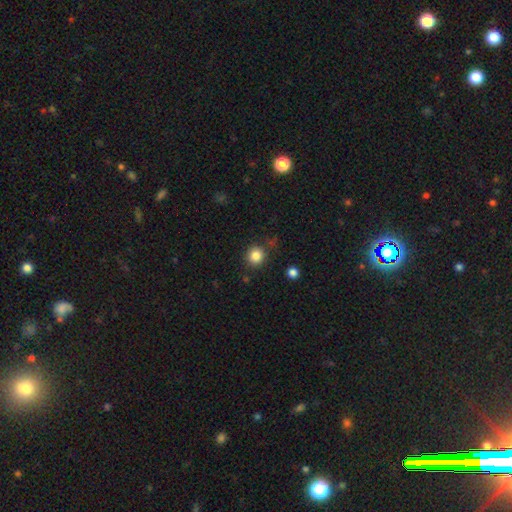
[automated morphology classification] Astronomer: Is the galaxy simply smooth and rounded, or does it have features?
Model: smooth — 85%.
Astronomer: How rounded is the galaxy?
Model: round — 89%.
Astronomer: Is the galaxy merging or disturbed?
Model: none — 85%.